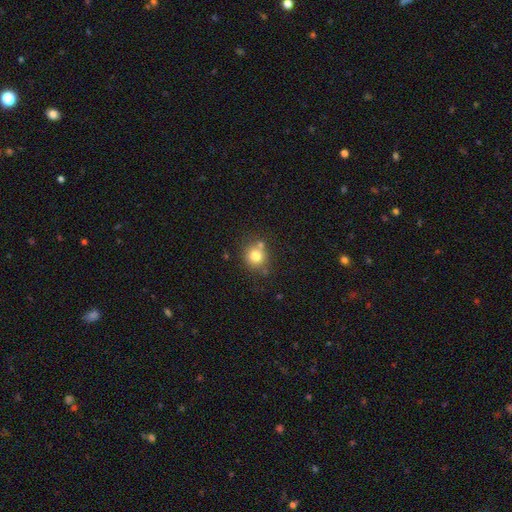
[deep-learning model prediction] Smooth or featured: smooth — 77% (star or artifact — 12%)
How rounded: round — 87% (in between — 12%)
Merging: none — 68% (merger — 17%)